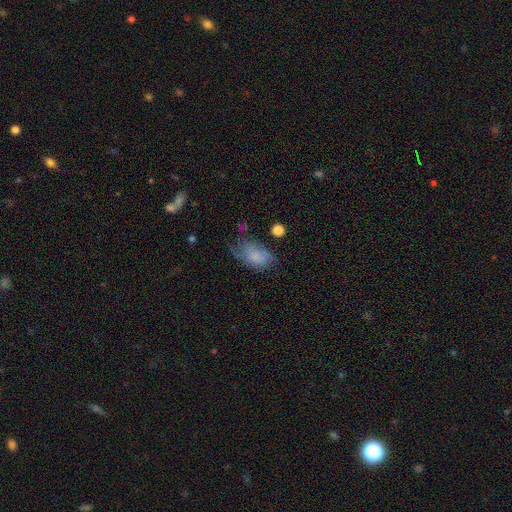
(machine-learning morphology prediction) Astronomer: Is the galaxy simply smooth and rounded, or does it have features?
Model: smooth — 72%.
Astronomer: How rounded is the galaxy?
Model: in between — 90%.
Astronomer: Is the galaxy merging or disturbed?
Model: none — 40% (runner-up: minor disturbance, 35%).